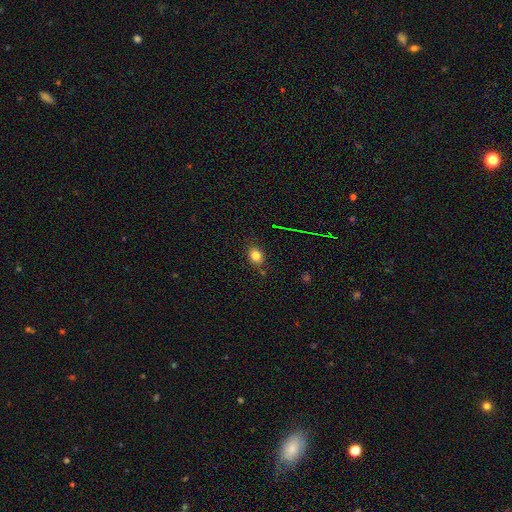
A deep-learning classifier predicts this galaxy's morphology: A smooth galaxy with no disk features (79%) that is in between round and cigar-shaped (50%). Merging: none (78%).